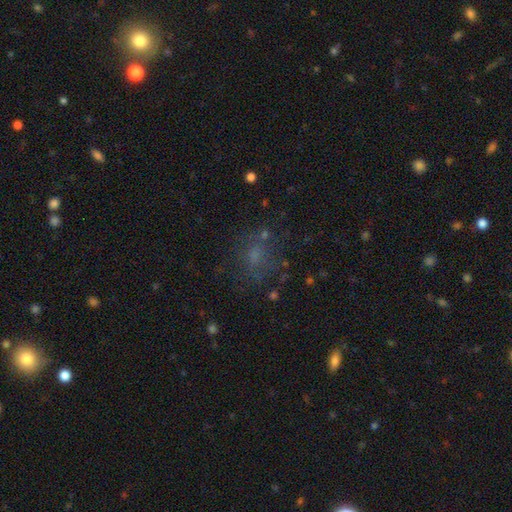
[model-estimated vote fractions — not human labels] Smooth or featured? smooth (49%)
Merging? none (63%)